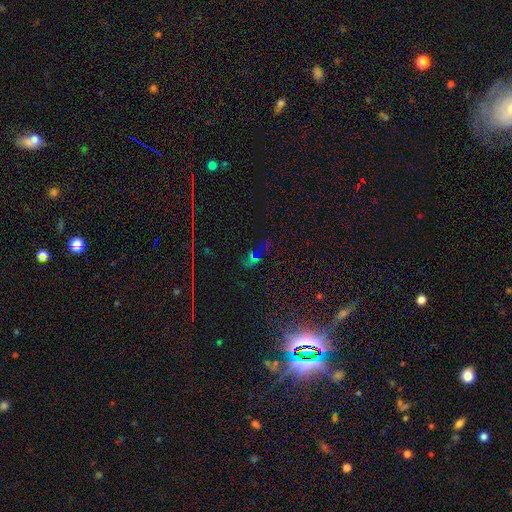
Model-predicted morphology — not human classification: star or artifact 55%, smooth 26%, featured or disk 19%.